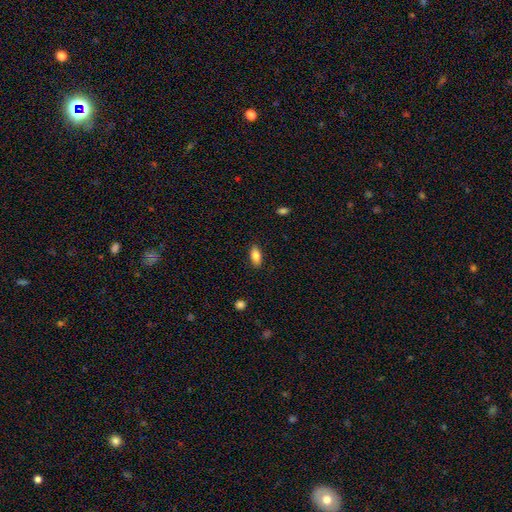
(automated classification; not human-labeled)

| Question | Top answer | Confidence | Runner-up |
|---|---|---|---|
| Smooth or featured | smooth | 82% | featured or disk (10%) |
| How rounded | in between | 87% | cigar-shaped (10%) |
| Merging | none | 87% | minor disturbance (9%) |